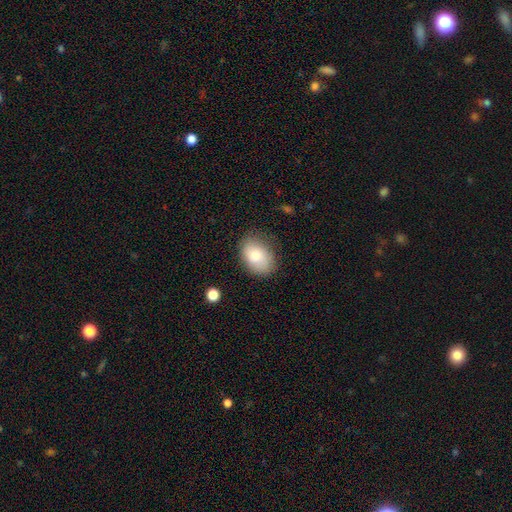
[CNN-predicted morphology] Overall: smooth (79%). How rounded: in between (78%). Merging: none (77%).